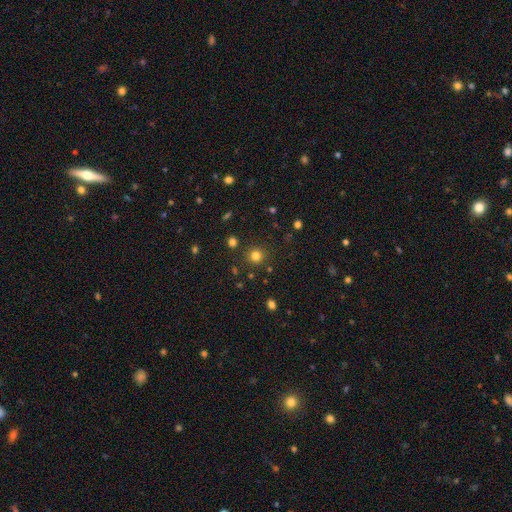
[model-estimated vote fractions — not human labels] Q: Smooth or featured?
A: smooth (79%); runner-up: star or artifact (16%)
Q: How rounded?
A: round (93%); runner-up: in between (6%)
Q: Merging?
A: none (88%); runner-up: minor disturbance (7%)